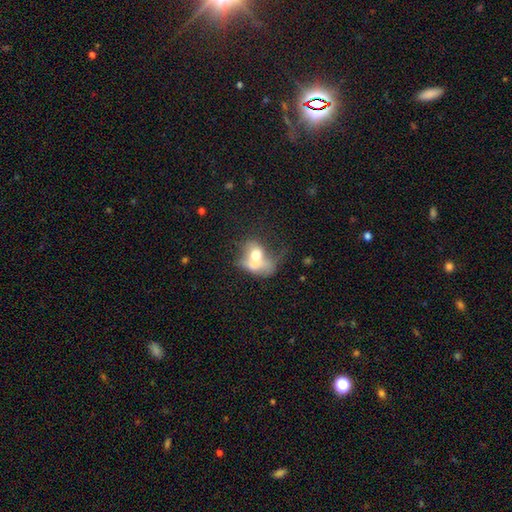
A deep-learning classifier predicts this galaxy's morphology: smooth-or-featured: smooth: 56% | featured or disk: 35% | star or artifact: 10%
  how-rounded: in between: 63% | round: 35% | cigar-shaped: 2%
  merging: merger: 51% | major disturbance: 21% | none: 16% | minor disturbance: 12%